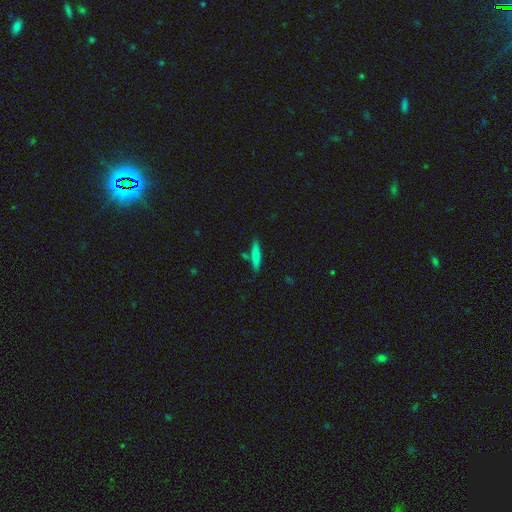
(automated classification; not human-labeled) Overall: smooth (75%). How rounded: cigar-shaped (86%). Merging: none (79%).